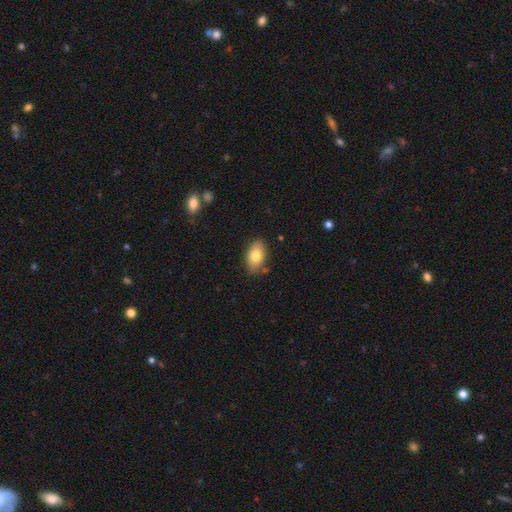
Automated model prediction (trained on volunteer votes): A smooth galaxy with no disk features (79%) that is in between round and cigar-shaped (91%).

Vote fractions:
- Smooth or featured? smooth: 79% / featured or disk: 14% / star or artifact: 7%
- How rounded? in between: 91% / round: 7% / cigar-shaped: 2%
- Merging? none: 81% / minor disturbance: 13% / merger: 3% / major disturbance: 3%